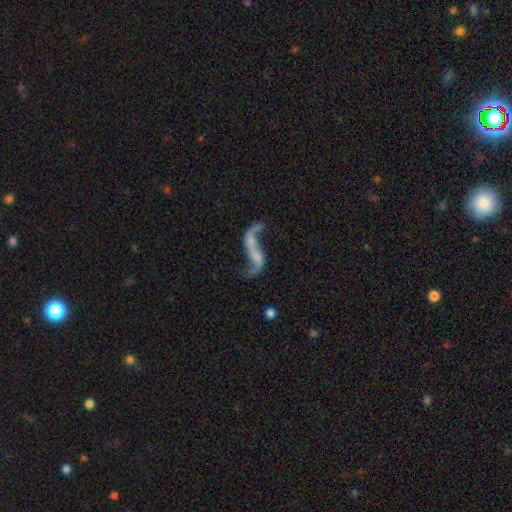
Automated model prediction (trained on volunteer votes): Overall: featured or disk (85%). Edge-on disk: no (94%). Bar: no (39%; weak 34%). Spiral arms: yes (92%). Spiral arm count: 2 (91%). Spiral winding: loose (94%). Bulge size: none (50%; small 34%). Merging: none (57%).